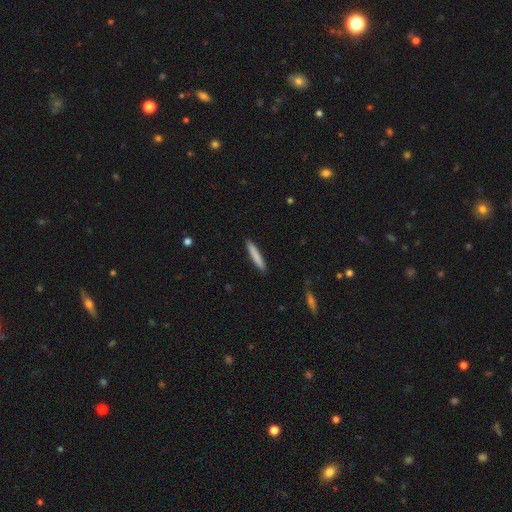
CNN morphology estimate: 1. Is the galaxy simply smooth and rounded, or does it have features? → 81% smooth, 14% featured or disk, 5% star or artifact.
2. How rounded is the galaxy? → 95% cigar-shaped, 4% in between, 1% round.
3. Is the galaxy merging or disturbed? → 91% none, 6% minor disturbance, 1% major disturbance, 1% merger.